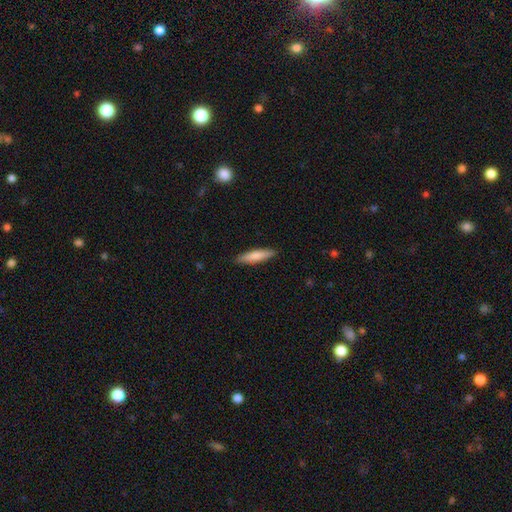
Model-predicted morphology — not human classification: A smooth galaxy with no disk features (78%) that is cigar-shaped (80%). Merging: none (89%).